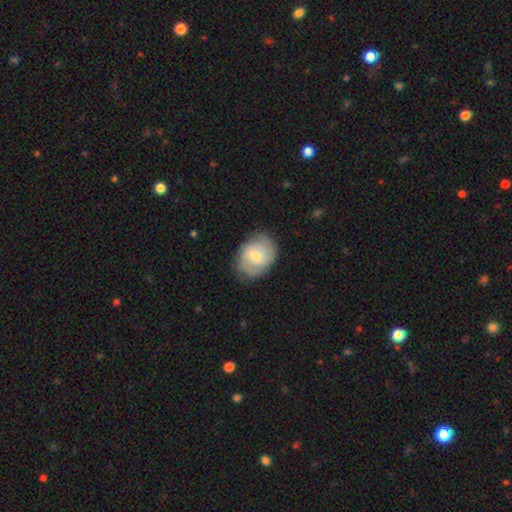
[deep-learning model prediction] A featured or disk galaxy (63%) with a weak bar (48%), 2 (44%) tight (47%) spiral arms (89%) and a moderate central bulge (51%). Merging: none (76%).